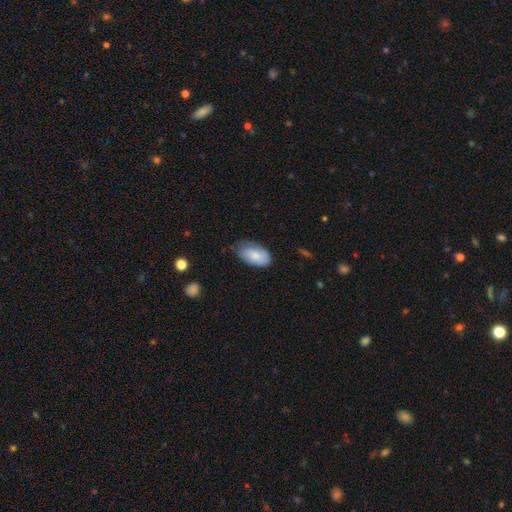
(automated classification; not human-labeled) A smooth galaxy with no disk features (79%) that is in between round and cigar-shaped (94%). Merging: none (56%).